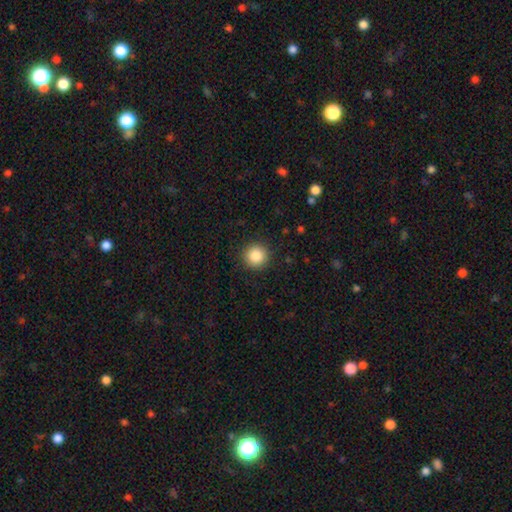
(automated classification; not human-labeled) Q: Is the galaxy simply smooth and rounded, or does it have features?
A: smooth — 86%.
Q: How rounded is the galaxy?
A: round — 95%.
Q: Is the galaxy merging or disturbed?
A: none — 91%.